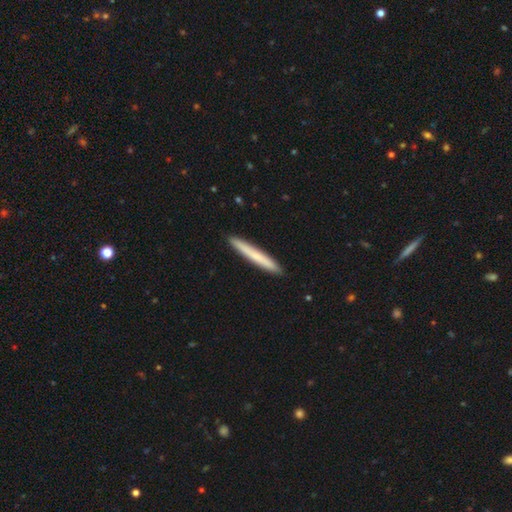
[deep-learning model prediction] A smooth galaxy with no disk features (67%) that is cigar-shaped (97%). Merging: none (92%).